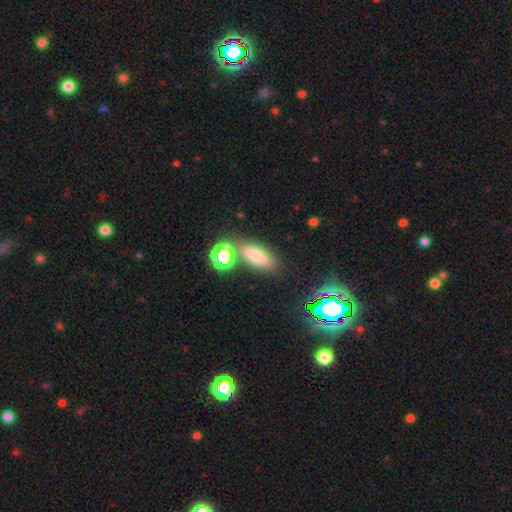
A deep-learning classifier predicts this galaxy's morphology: Overall: smooth (70%). How rounded: in between (66%). Merging: none (72%).